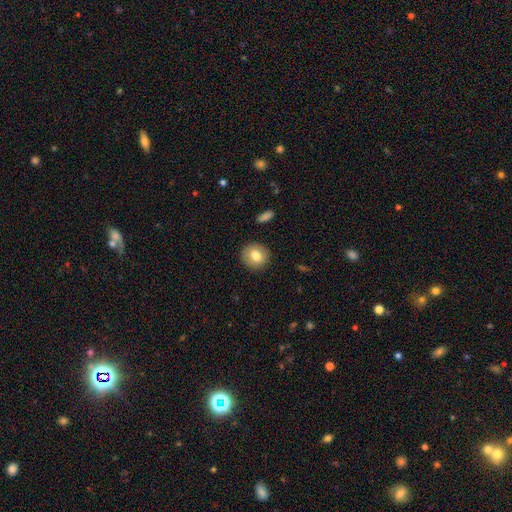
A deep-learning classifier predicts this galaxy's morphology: This appears to be a smooth galaxy with no disk features (79%) that is round (85%). Merging: none (90%).